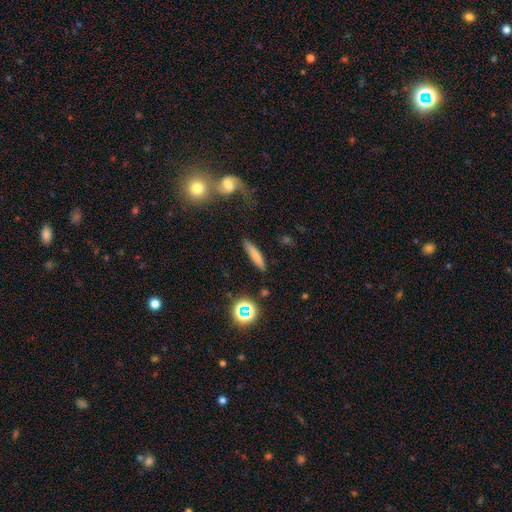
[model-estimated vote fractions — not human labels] Q: Smooth or featured?
A: smooth (73%); runner-up: featured or disk (16%)
Q: How rounded?
A: cigar-shaped (84%); runner-up: in between (13%)
Q: Merging?
A: none (83%); runner-up: minor disturbance (11%)